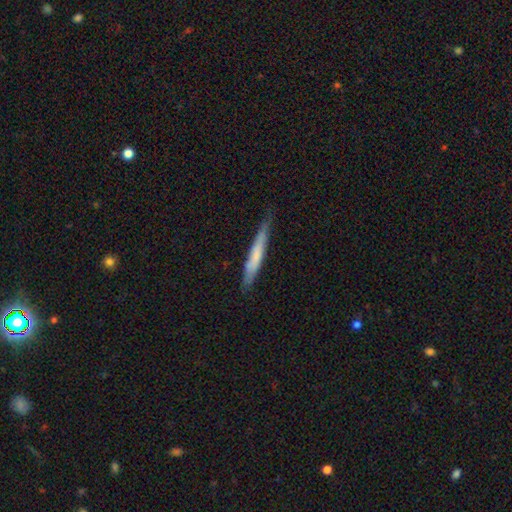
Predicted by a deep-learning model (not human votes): Q: Smooth or featured?
A: smooth (60%); runner-up: featured or disk (34%)
Q: How rounded?
A: cigar-shaped (95%); runner-up: in between (4%)
Q: Merging?
A: none (75%); runner-up: minor disturbance (20%)